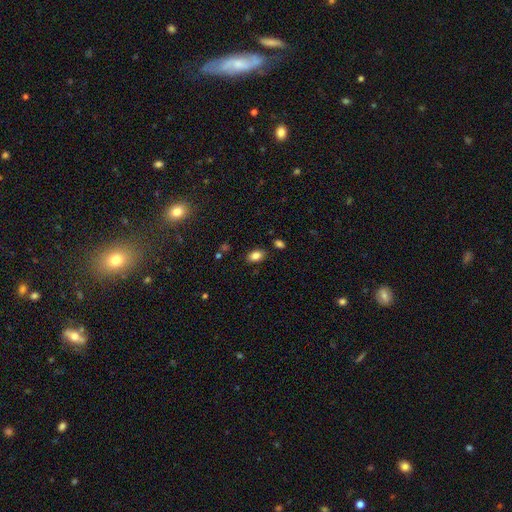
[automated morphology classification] The model was most divided on "how rounded": in between: 85%, round: 13%, cigar-shaped: 1%. More confident: merging — none (84%); smooth or featured — smooth (84%).